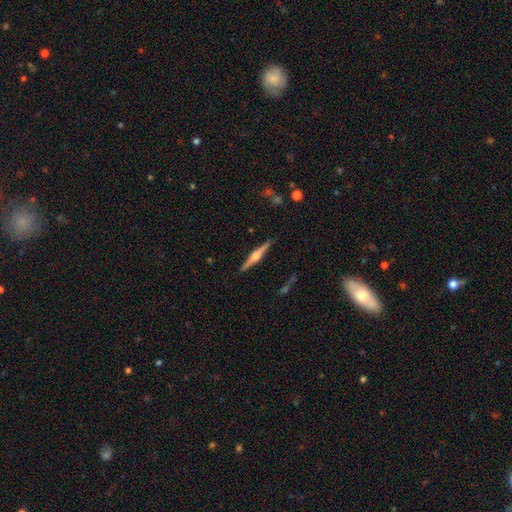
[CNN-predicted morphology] The model was most divided on "smooth or featured": featured or disk: 78%, smooth: 16%, star or artifact: 6%. More confident: edge-on disk — yes (98%); edge-on bulge — rounded (91%); merging — none (90%).